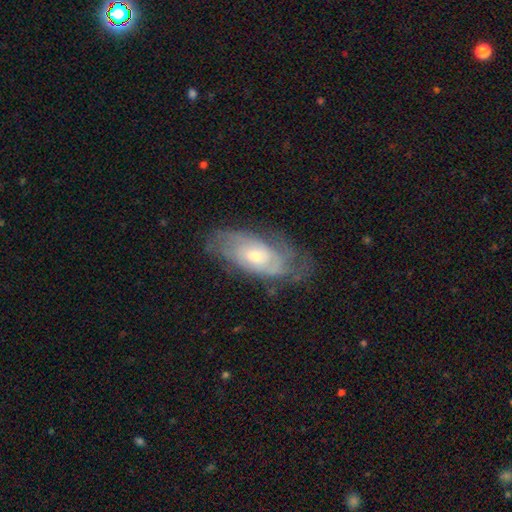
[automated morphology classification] Smooth or featured? Predicted: featured or disk (p=0.70). Edge-on disk? Predicted: no (p=0.91). Bar? Predicted: no (p=0.73). Spiral arms? Predicted: yes (p=0.83). Spiral winding? Predicted: tight (p=0.57). Spiral arm count? Predicted: can't tell (p=0.55). Bulge size? Predicted: moderate (p=0.52). Merging? Predicted: none (p=0.63).